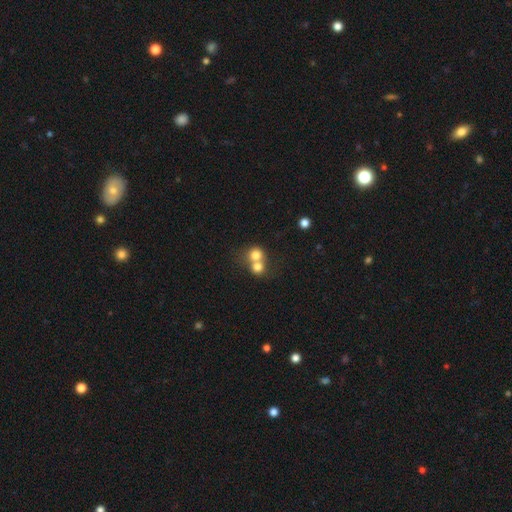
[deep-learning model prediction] Smooth or featured: smooth — 75% (featured or disk — 15%)
How rounded: round — 80% (in between — 19%)
Merging: merger — 66% (none — 27%)